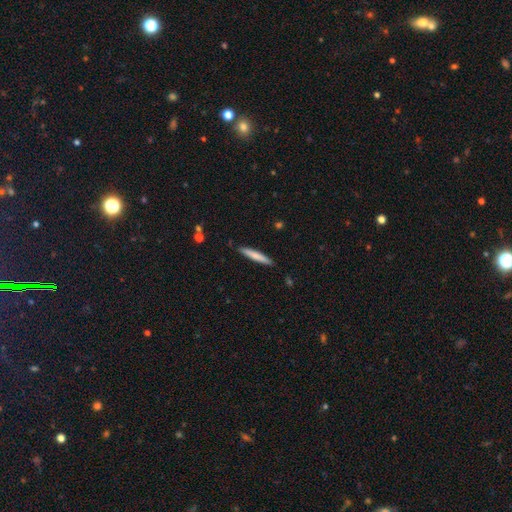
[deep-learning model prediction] This is likely a smooth galaxy (72%). How rounded: clearly cigar-shaped (94%). Merging: clearly none (89%).